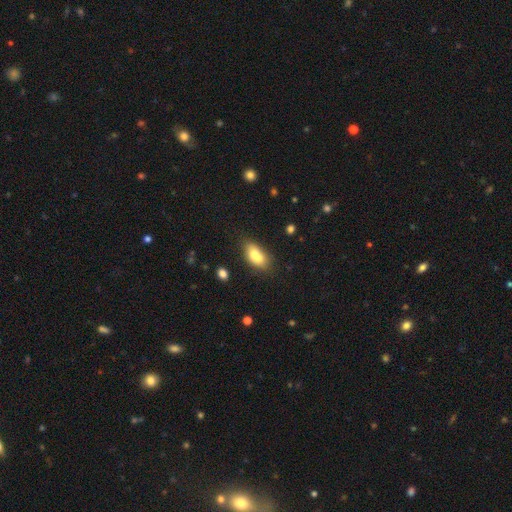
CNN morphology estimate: Smooth or featured: smooth — 73% (featured or disk — 18%)
How rounded: in between — 85% (round — 9%)
Merging: none — 43% (merger — 36%)